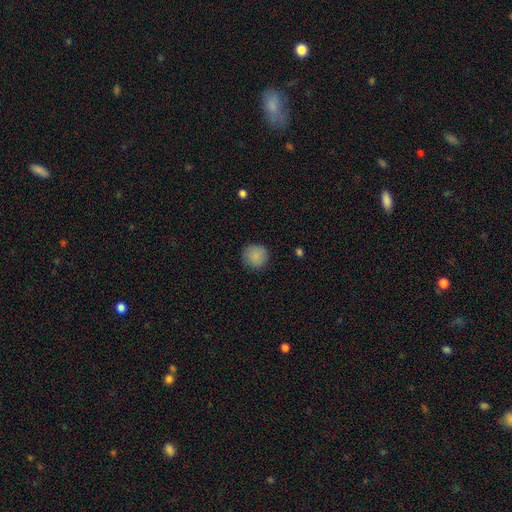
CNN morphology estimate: Smooth or featured? Predicted: smooth (p=0.87). How rounded? Predicted: round (p=0.92). Merging? Predicted: none (p=0.86).